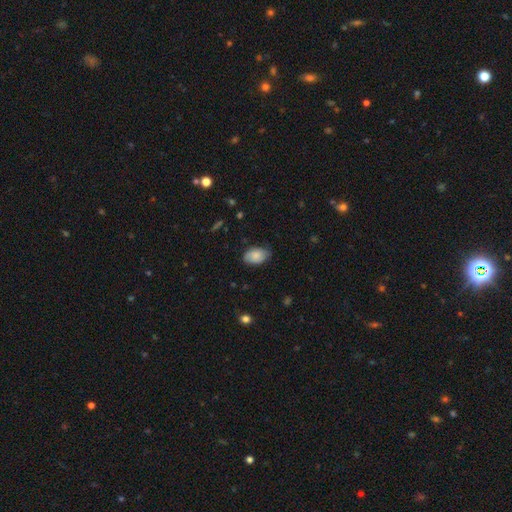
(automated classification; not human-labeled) A smooth galaxy with no disk features (79%) that is in between round and cigar-shaped (91%). Merging: none (73%).